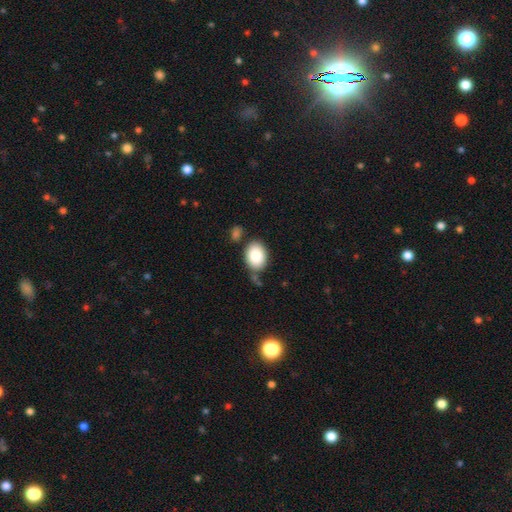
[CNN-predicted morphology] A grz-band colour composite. It shows a smooth galaxy with no disk features (86%) that is in between round and cigar-shaped (73%). Merging: none (67%).